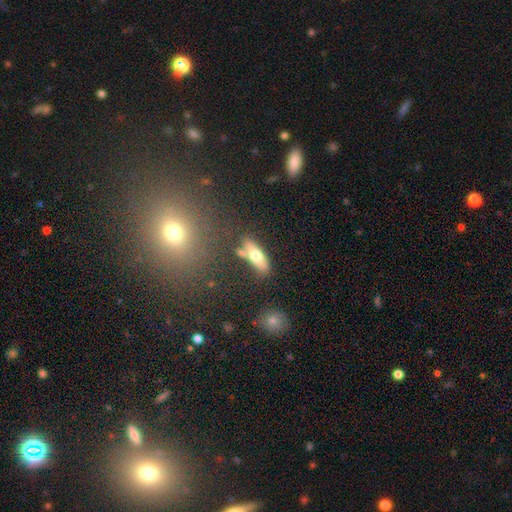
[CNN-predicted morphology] This is likely a smooth galaxy (67%). How rounded: likely in between (65%). Merging: likely none (63%).